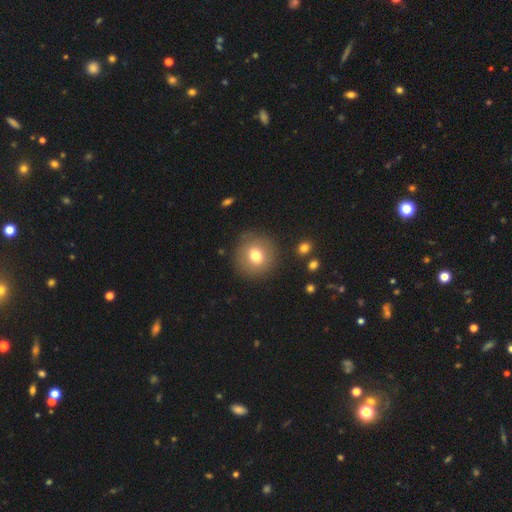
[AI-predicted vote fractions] The model was most divided on "smooth or featured": smooth: 73%, featured or disk: 16%, star or artifact: 11%. More confident: how rounded — round (90%); merging — none (87%).